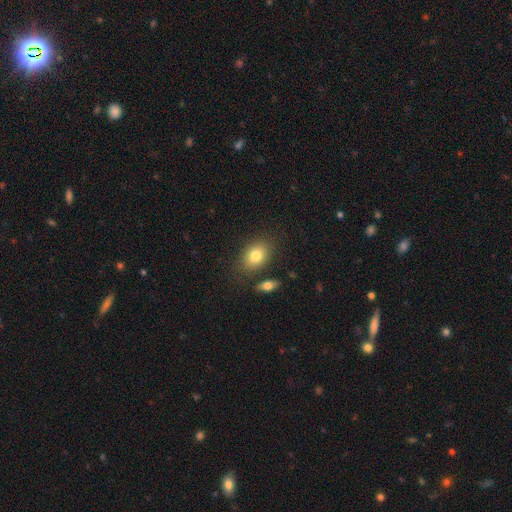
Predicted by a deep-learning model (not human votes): Smooth or featured? smooth (80%)
How rounded? in between (75%)
Merging? none (78%)